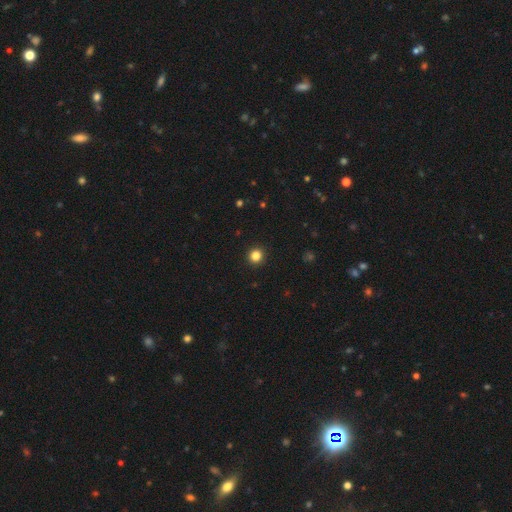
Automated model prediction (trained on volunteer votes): smooth-or-featured: smooth: 84% | star or artifact: 12% | featured or disk: 4%
  how-rounded: round: 93% | in between: 6% | cigar-shaped: 1%
  merging: none: 93% | minor disturbance: 4% | major disturbance: 1% | merger: 1%